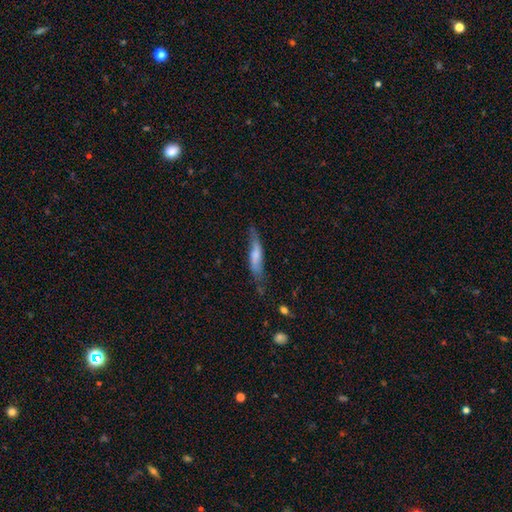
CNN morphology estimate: A smooth galaxy with no disk features (61%) that is cigar-shaped (78%). Merging: none (58%).